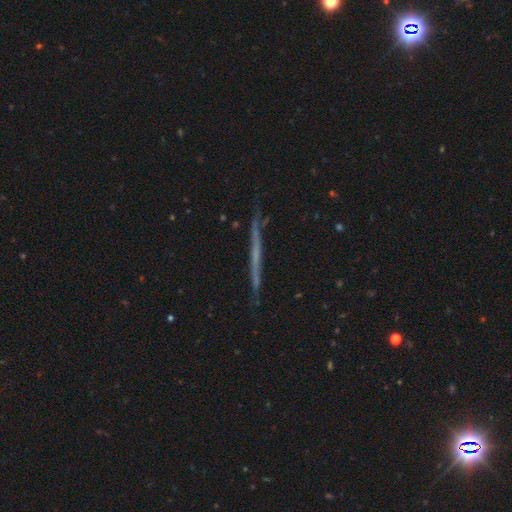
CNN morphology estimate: Smooth or featured: featured or disk — 60% (smooth — 30%)
Edge-on disk: yes — 96% (no — 4%)
Edge-on bulge: none — 82% (rounded — 13%)
Merging: none — 88% (minor disturbance — 9%)